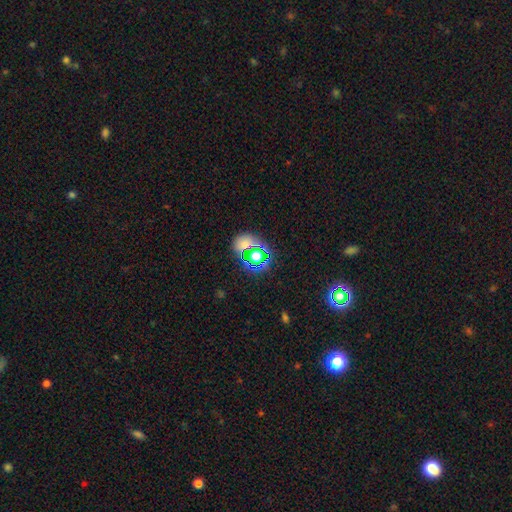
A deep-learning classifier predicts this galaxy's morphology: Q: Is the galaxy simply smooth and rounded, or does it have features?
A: smooth — 49%.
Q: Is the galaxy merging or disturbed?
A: none — 72%.